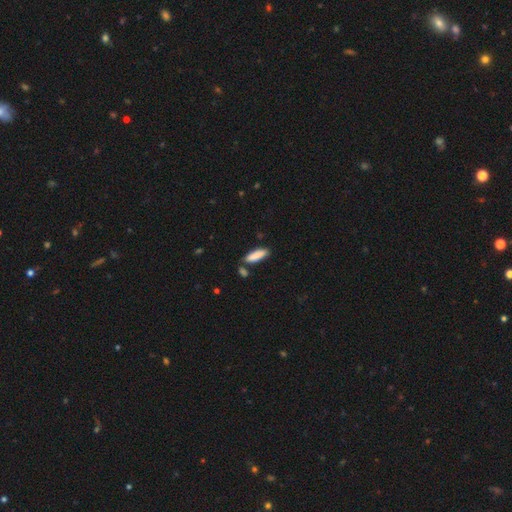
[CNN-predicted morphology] smooth 87%, featured or disk 7%, star or artifact 6%. Down the decision tree: how rounded — cigar-shaped (56%); merging — none (75%).